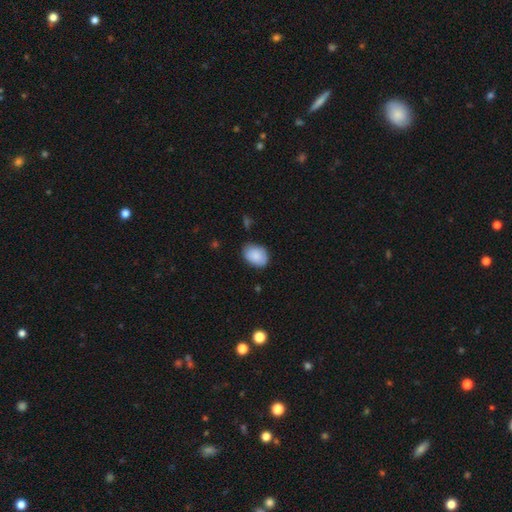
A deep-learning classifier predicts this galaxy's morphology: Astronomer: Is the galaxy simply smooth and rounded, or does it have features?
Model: smooth — 86%.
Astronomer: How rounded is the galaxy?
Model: in between — 78%.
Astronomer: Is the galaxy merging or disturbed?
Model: none — 75%.